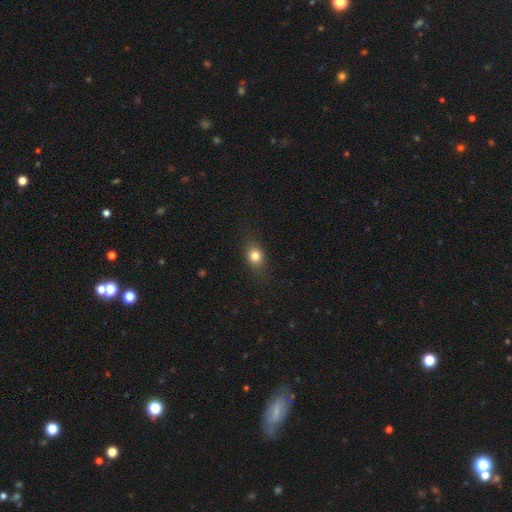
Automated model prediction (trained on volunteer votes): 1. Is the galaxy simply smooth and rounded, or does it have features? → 79% smooth, 11% star or artifact, 10% featured or disk.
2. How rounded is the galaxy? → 56% round, 42% in between, 3% cigar-shaped.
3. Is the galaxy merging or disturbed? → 81% none, 14% minor disturbance, 5% major disturbance, 1% merger.